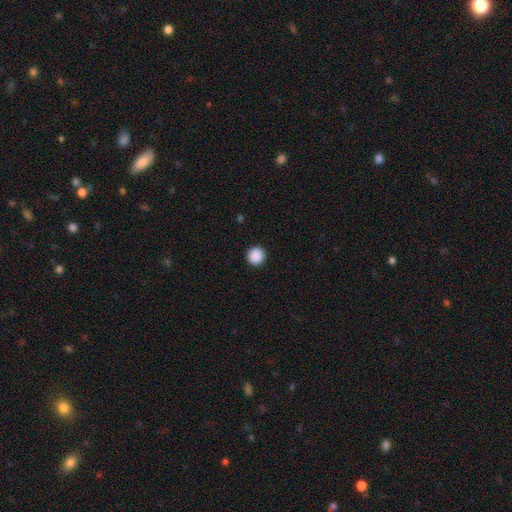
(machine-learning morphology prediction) smooth_or_featured: smooth (p=0.89) [alt: star or artifact p=0.09]
how_rounded: round (p=0.95) [alt: in between p=0.04]
merging: none (p=0.93) [alt: minor disturbance p=0.04]